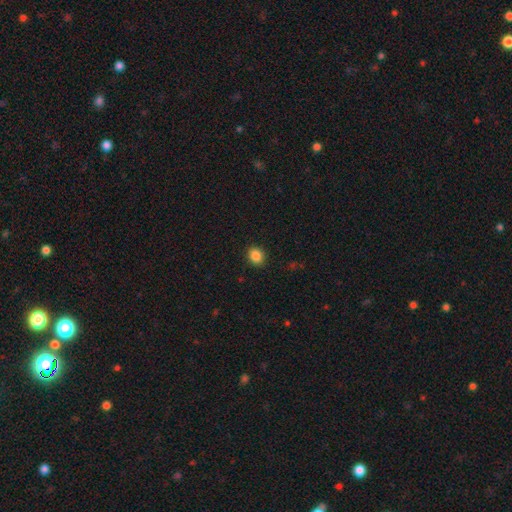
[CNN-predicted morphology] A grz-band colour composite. It shows a smooth galaxy with no disk features (86%) that is round (61%). Merging: none (90%).